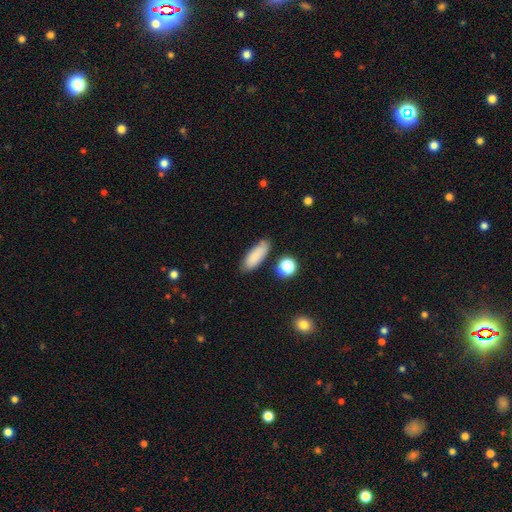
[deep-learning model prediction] Smooth or featured: smooth — 83% (star or artifact — 9%)
How rounded: in between — 67% (cigar-shaped — 30%)
Merging: none — 80% (minor disturbance — 14%)